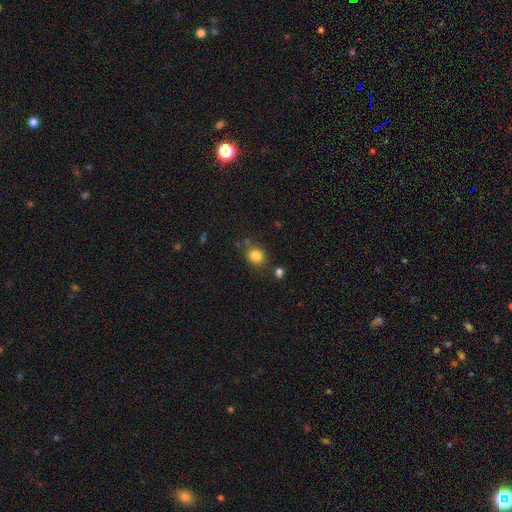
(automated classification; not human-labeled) Smooth or featured?
  - smooth: 83% *
  - star or artifact: 11%
  - featured or disk: 6%
How rounded?
  - round: 74% *
  - in between: 25%
  - cigar-shaped: 1%
Merging?
  - none: 76% *
  - minor disturbance: 13%
  - merger: 7%
  - major disturbance: 4%